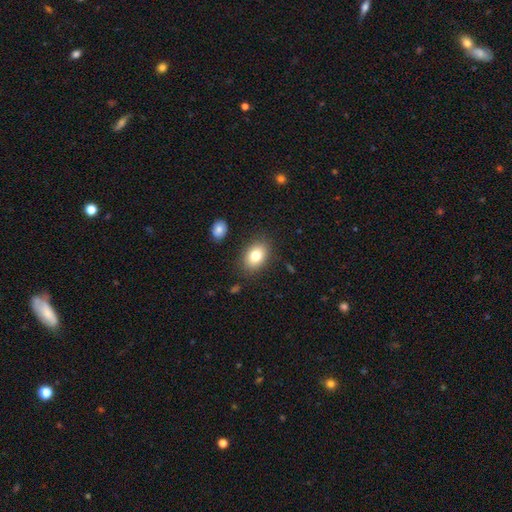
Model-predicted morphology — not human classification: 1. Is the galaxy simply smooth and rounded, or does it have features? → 80% smooth, 11% featured or disk, 9% star or artifact.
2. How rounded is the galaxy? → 81% in between, 18% round, 1% cigar-shaped.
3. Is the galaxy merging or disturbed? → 84% none, 11% minor disturbance, 3% major disturbance, 2% merger.